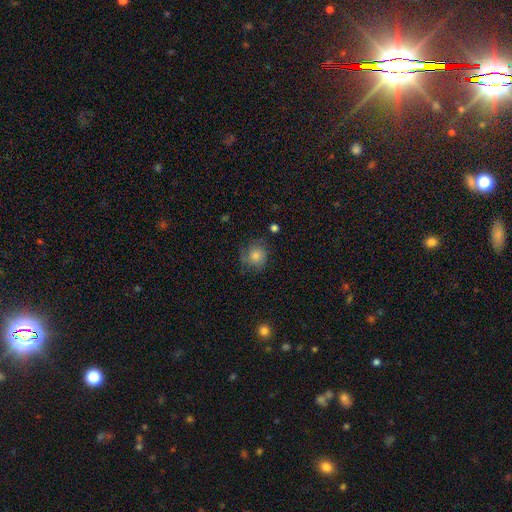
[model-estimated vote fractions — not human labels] This is likely a smooth galaxy (62%). How rounded: clearly round (81%). Merging: likely none (69%).